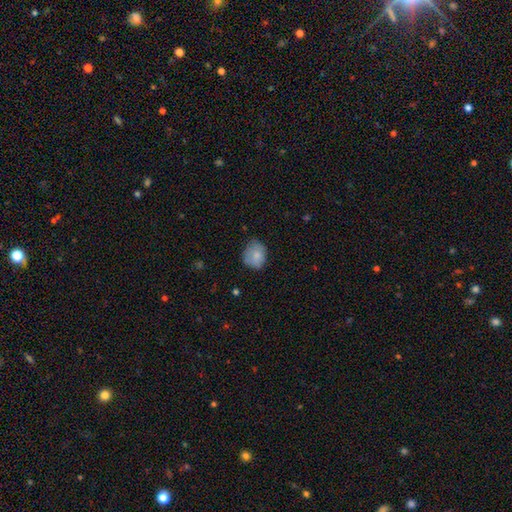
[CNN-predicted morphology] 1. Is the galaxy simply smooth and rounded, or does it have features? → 80% smooth, 12% featured or disk, 8% star or artifact.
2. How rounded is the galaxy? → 56% round, 43% in between, 1% cigar-shaped.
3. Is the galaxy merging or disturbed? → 64% none, 27% minor disturbance, 7% major disturbance, 2% merger.